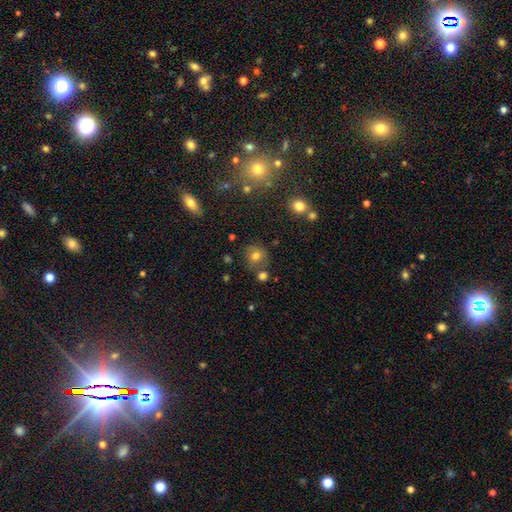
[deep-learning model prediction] smooth_or_featured: smooth (p=0.66) [alt: star or artifact p=0.19]
how_rounded: round (p=0.82) [alt: in between p=0.17]
merging: none (p=0.71) [alt: minor disturbance p=0.14]